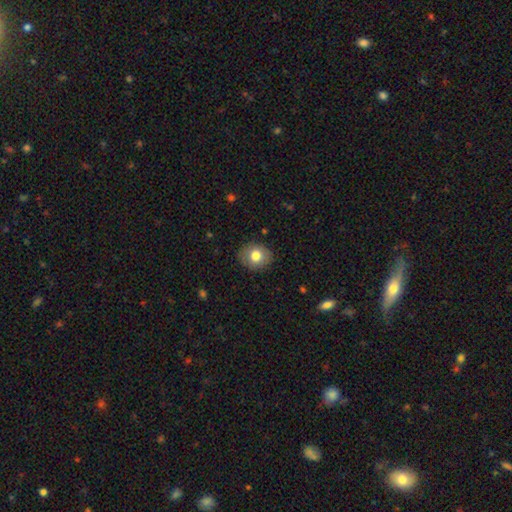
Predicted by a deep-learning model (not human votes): Smooth or featured?
  - smooth: 78% *
  - featured or disk: 13%
  - star or artifact: 9%
How rounded?
  - round: 60% *
  - in between: 39%
  - cigar-shaped: 1%
Merging?
  - none: 86% *
  - minor disturbance: 10%
  - major disturbance: 3%
  - merger: 1%